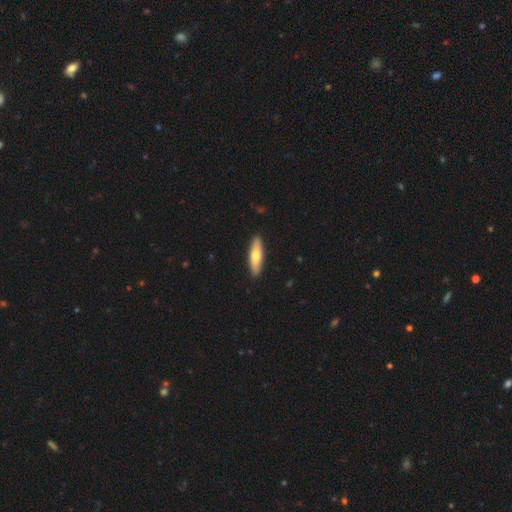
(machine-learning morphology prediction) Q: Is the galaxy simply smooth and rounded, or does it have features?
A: smooth — 65%.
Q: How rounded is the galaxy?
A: cigar-shaped — 65%.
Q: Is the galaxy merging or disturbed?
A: none — 91%.